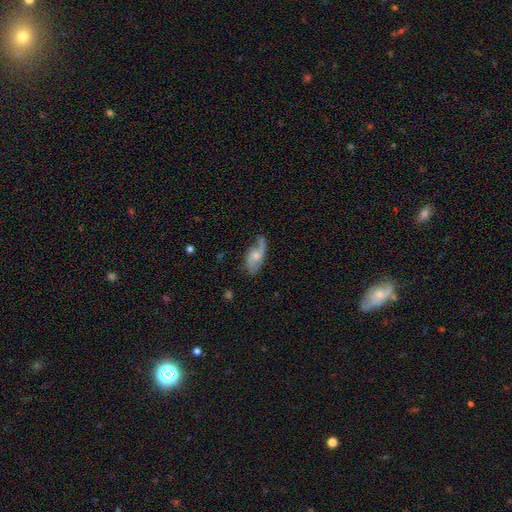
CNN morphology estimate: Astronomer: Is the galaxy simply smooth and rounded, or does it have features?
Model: featured or disk — 70%.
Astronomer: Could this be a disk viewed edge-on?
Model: no — 93%.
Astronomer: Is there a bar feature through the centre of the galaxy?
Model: no — 62%.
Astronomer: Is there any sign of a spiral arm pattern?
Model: yes — 91%.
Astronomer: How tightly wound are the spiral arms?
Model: loose — 54% (runner-up: medium, 35%).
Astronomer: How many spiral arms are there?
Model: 2 — 81%.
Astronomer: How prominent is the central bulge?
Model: moderate — 49% (runner-up: small, 37%).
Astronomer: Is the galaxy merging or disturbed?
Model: none — 59%.